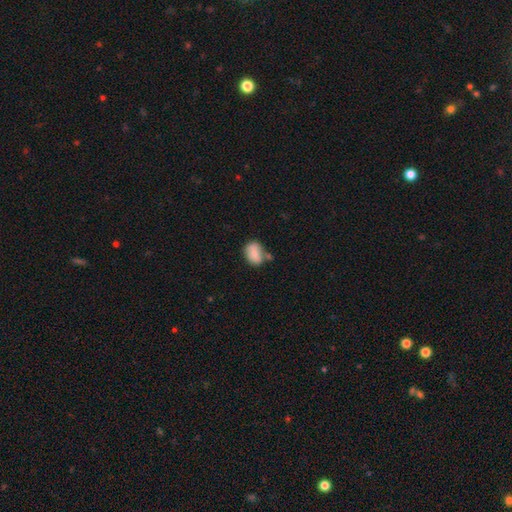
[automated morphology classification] Smooth or featured?
  - smooth: 74% *
  - featured or disk: 15%
  - star or artifact: 11%
How rounded?
  - in between: 69% *
  - round: 30%
  - cigar-shaped: 2%
Merging?
  - none: 49% *
  - minor disturbance: 24%
  - merger: 20%
  - major disturbance: 7%